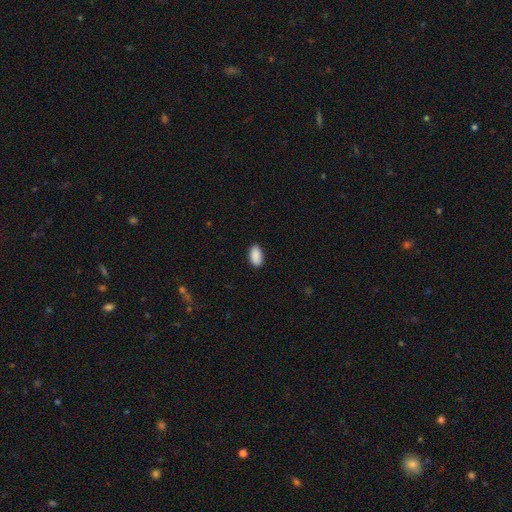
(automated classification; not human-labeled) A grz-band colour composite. It shows a smooth galaxy with no disk features (91%) that is in between round and cigar-shaped (95%). Merging: none (89%).